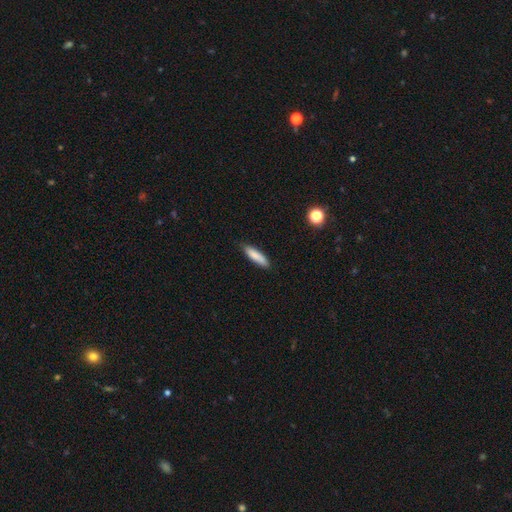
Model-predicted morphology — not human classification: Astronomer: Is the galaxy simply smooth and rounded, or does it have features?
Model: smooth — 84%.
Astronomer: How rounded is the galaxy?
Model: cigar-shaped — 72%.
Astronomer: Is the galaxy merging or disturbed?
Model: none — 85%.